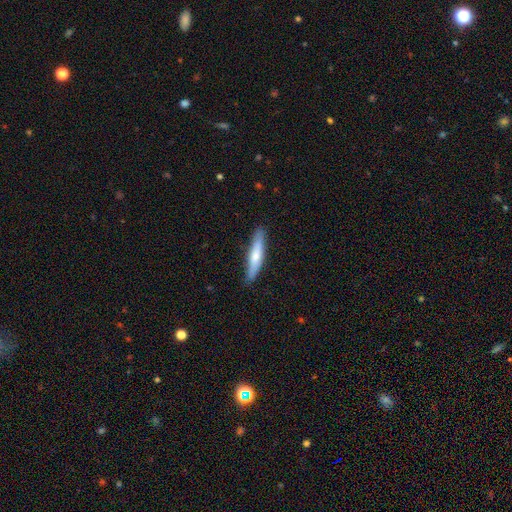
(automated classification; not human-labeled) This is likely a smooth galaxy (64%). How rounded: clearly cigar-shaped (85%). Merging: clearly none (87%).